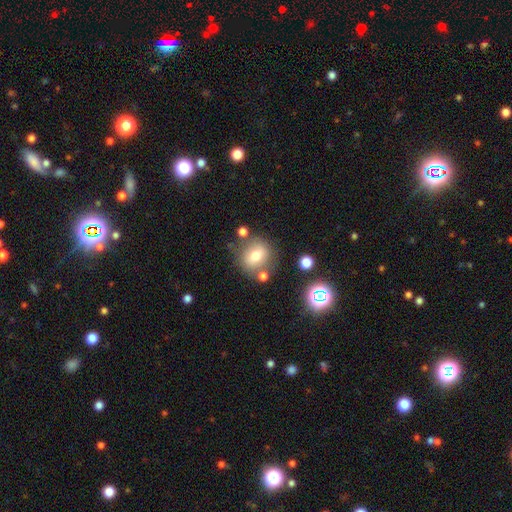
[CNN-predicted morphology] A smooth galaxy with no disk features (67%) that is round (73%). Merging: none (71%).